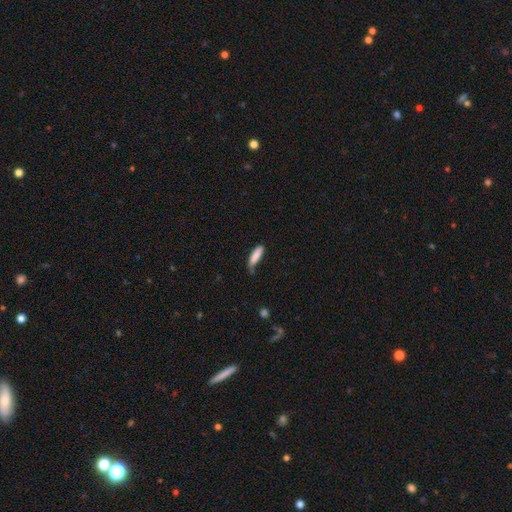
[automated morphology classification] smooth 84%, featured or disk 10%, star or artifact 7%. Down the decision tree: how rounded — cigar-shaped (65%); merging — none (51%).